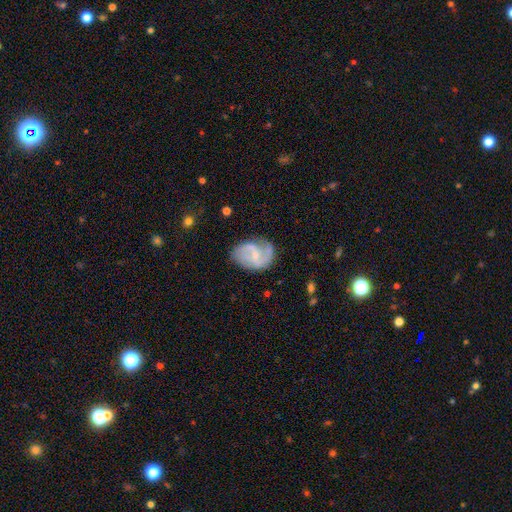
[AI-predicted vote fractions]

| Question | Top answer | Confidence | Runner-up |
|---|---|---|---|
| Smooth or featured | featured or disk | 74% | smooth (20%) |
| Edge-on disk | no | 98% | yes (2%) |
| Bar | weak | 51% | no (37%) |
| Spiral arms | yes | 90% | no (10%) |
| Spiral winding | medium | 44% | loose (40%) |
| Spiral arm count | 2 | 70% | 1 (11%) |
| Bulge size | small | 62% | moderate (21%) |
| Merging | none | 58% | minor disturbance (25%) |